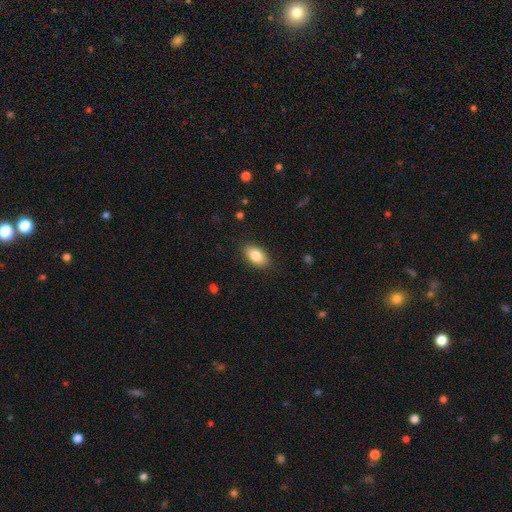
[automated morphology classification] Smooth or featured?
  - smooth: 84% *
  - featured or disk: 9%
  - star or artifact: 7%
How rounded?
  - in between: 92% *
  - round: 5%
  - cigar-shaped: 3%
Merging?
  - none: 88% *
  - minor disturbance: 9%
  - major disturbance: 2%
  - merger: 1%